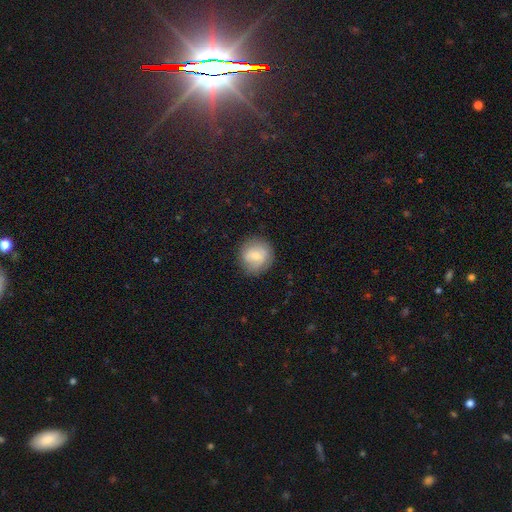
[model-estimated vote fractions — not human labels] Overall: smooth (58%; featured or disk 34%). How rounded: round (87%). Merging: none (80%).